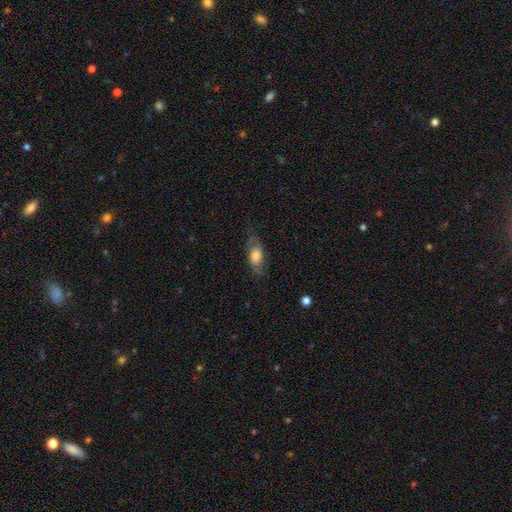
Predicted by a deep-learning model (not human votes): Smooth or featured? smooth (52%)
How rounded? in between (81%)
Merging? none (66%)